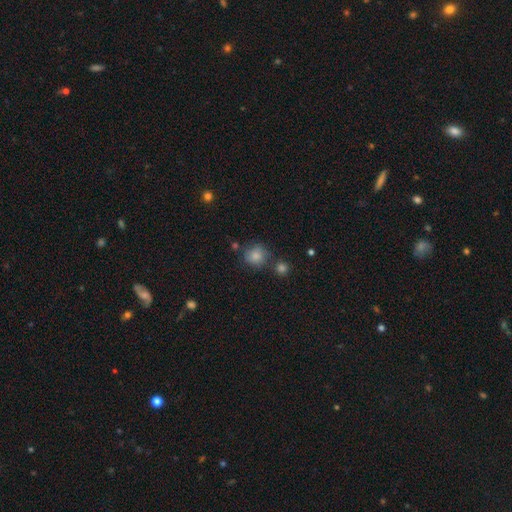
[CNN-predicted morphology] smooth_or_featured: smooth (p=0.74) [alt: star or artifact p=0.17]
how_rounded: round (p=0.89) [alt: in between p=0.10]
merging: none (p=0.74) [alt: minor disturbance p=0.12]